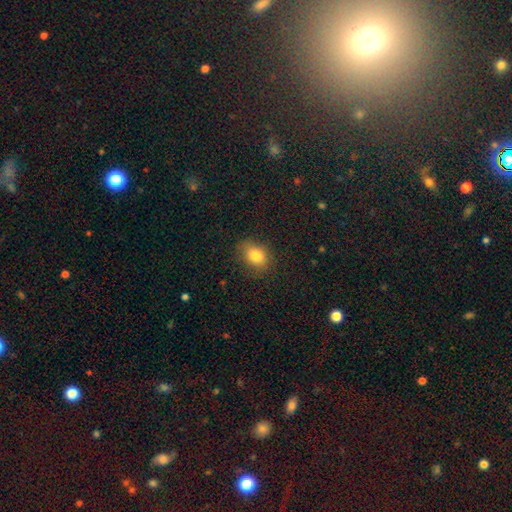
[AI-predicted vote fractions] Smooth or featured? Predicted: smooth (p=0.81). How rounded? Predicted: in between (p=0.61). Merging? Predicted: none (p=0.80).